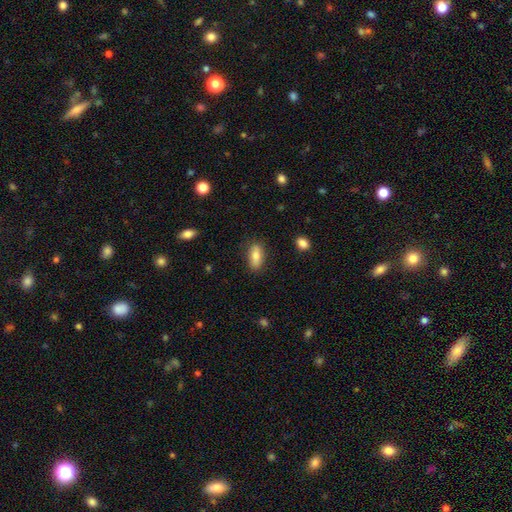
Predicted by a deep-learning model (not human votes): This is likely a smooth galaxy (79%). How rounded: clearly in between (82%). Merging: clearly none (82%).